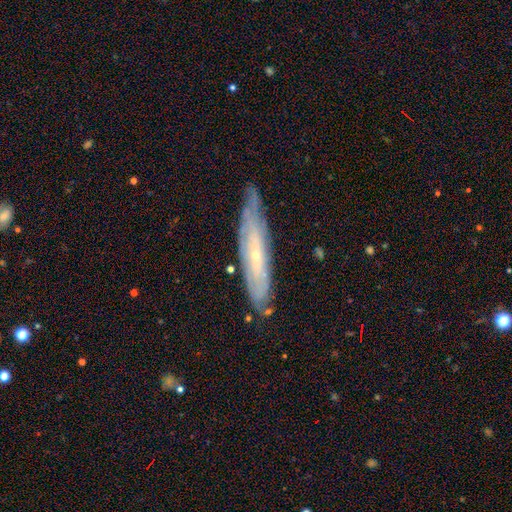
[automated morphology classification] featured or disk 73%, smooth 20%, star or artifact 7%. Down the decision tree: edge-on disk — no (60%); merging — none (71%).